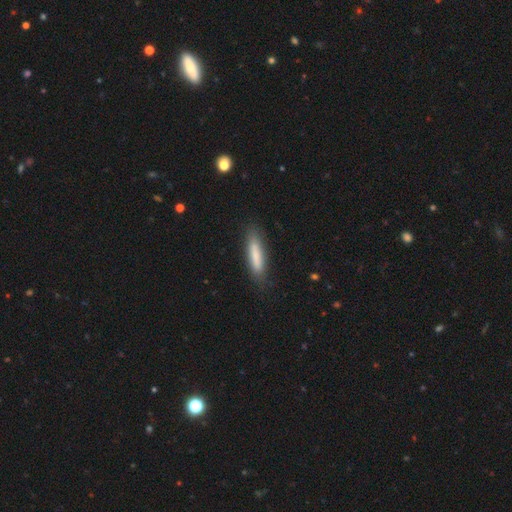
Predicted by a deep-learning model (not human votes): Smooth or featured? smooth (79%)
How rounded? cigar-shaped (79%)
Merging? none (82%)